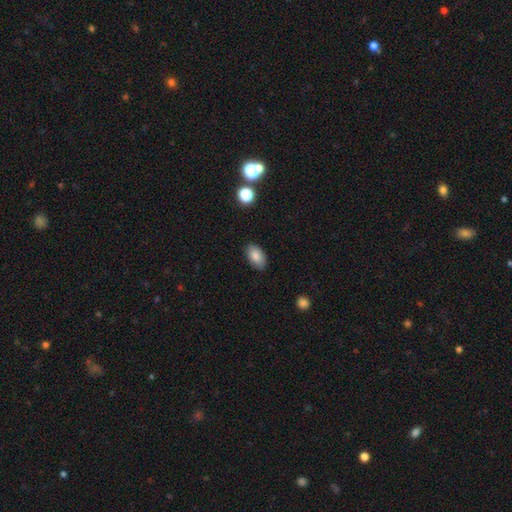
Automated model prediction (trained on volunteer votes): Morphology: type=smooth (85%); roundness=in between (93%); merging=none (86%).